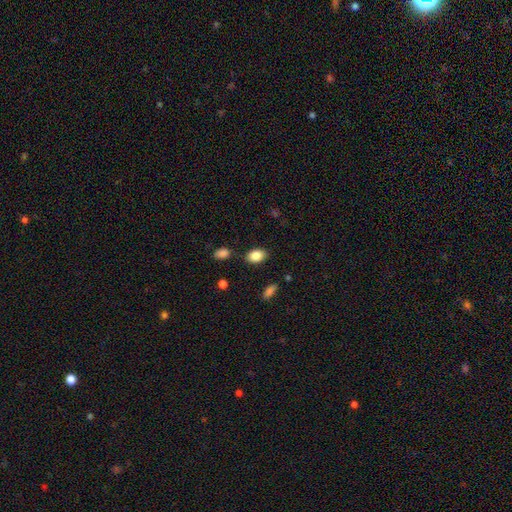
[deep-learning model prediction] Smooth or featured: smooth — 86% (star or artifact — 8%)
How rounded: in between — 86% (round — 12%)
Merging: none — 82% (minor disturbance — 11%)